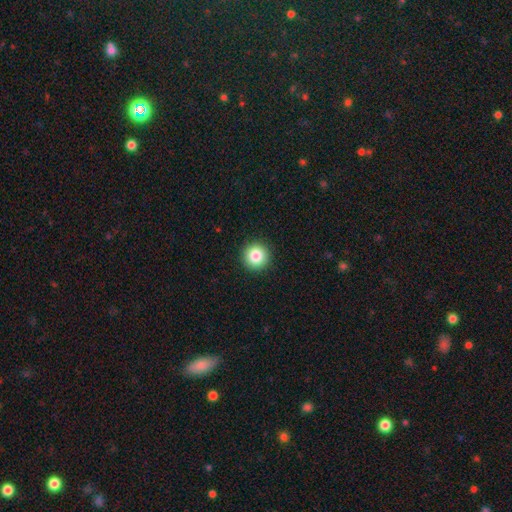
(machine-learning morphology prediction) This appears to be a smooth galaxy with no disk features (84%) that is round (96%). Merging: none (93%).